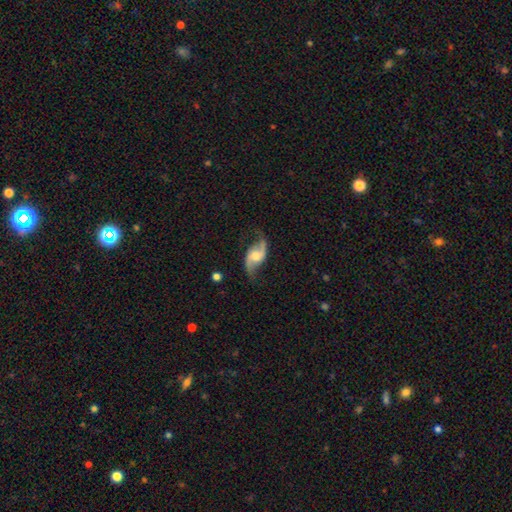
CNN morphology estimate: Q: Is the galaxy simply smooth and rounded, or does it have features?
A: featured or disk — 84%.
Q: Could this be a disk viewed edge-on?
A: no — 96%.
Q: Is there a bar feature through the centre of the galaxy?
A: no — 52%.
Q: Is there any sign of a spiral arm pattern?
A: yes — 96%.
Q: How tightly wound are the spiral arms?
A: loose — 74%.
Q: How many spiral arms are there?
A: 2 — 93%.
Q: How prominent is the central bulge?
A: moderate — 53%.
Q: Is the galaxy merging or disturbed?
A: none — 73%.